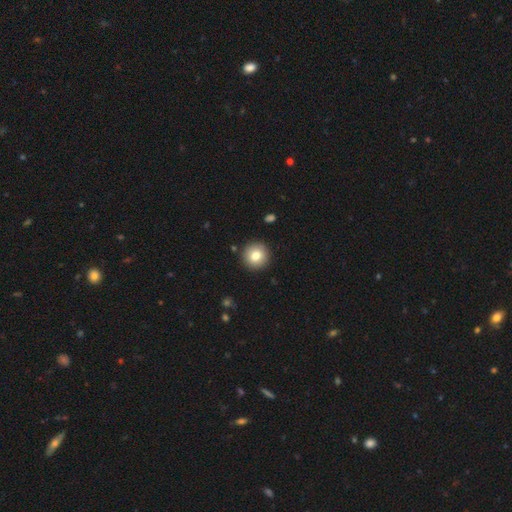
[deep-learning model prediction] The model was most divided on "smooth or featured": smooth: 80%, featured or disk: 10%, star or artifact: 10%. More confident: how rounded — round (95%); merging — none (91%).